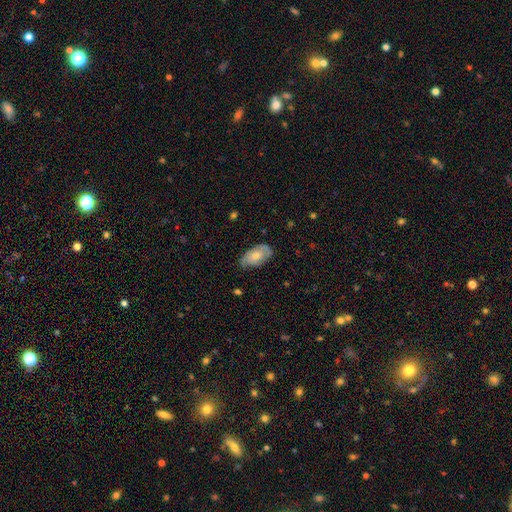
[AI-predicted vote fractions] Morphology: type=smooth (49%); merging=none (64%).